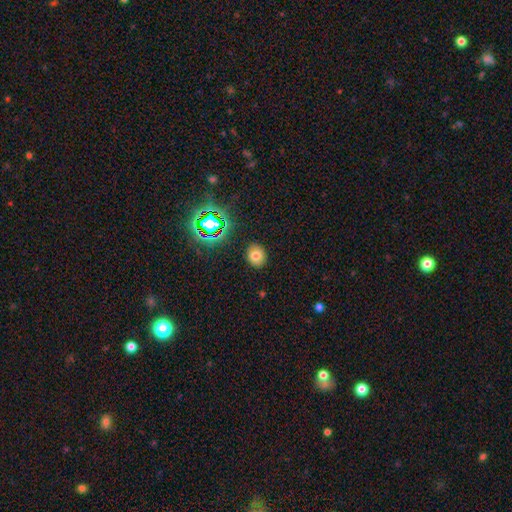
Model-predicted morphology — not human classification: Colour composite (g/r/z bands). It shows a smooth galaxy with no disk features (73%) that is round (67%). Merging: none (89%).